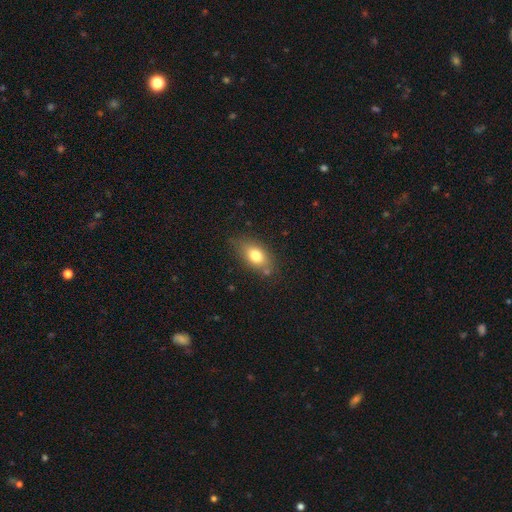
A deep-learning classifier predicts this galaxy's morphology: Smooth or featured?
  - smooth: 76% *
  - featured or disk: 15%
  - star or artifact: 9%
How rounded?
  - in between: 83% *
  - round: 12%
  - cigar-shaped: 4%
Merging?
  - none: 72% *
  - minor disturbance: 19%
  - merger: 4%
  - major disturbance: 4%